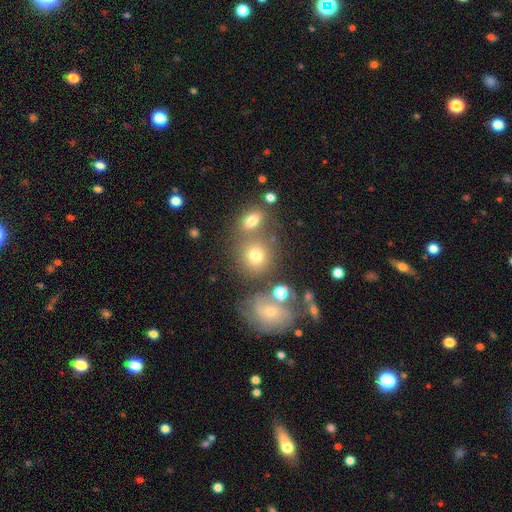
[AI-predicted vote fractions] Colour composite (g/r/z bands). It shows a smooth galaxy with no disk features (71%) that is round (72%). Merging: none (52%).